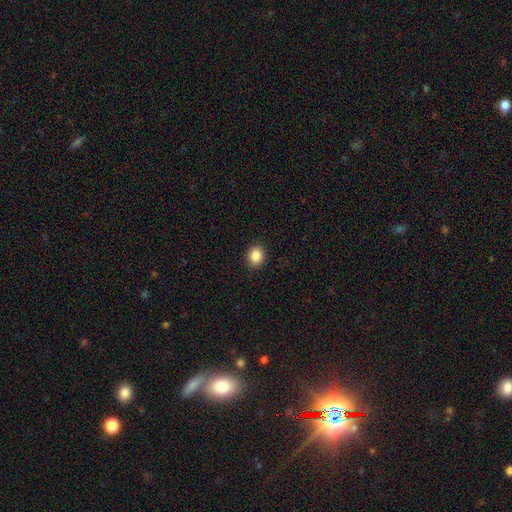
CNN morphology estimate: Smooth or featured? Predicted: smooth (p=0.87). How rounded? Predicted: round (p=0.63). Merging? Predicted: none (p=0.91).